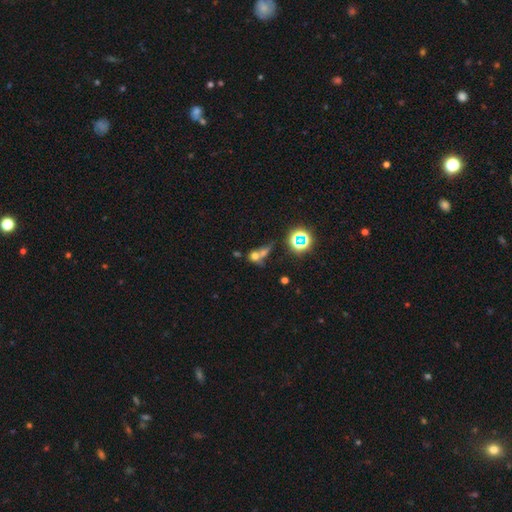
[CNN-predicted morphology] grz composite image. It shows a smooth galaxy with no disk features (55%) that is round (58%). Merging: merger (57%).